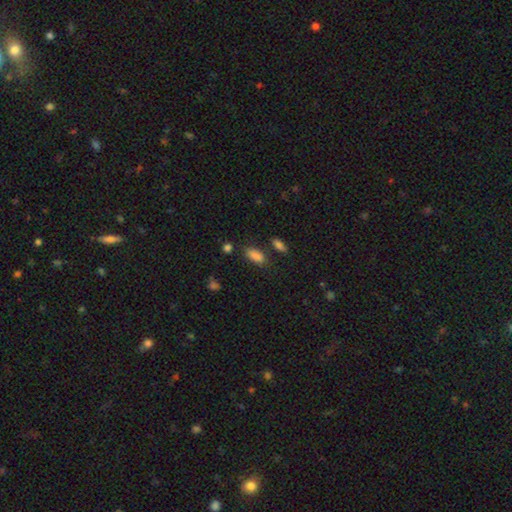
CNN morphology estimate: This appears to be a smooth galaxy with no disk features (86%) that is in between round and cigar-shaped (84%). Merging: none (77%).